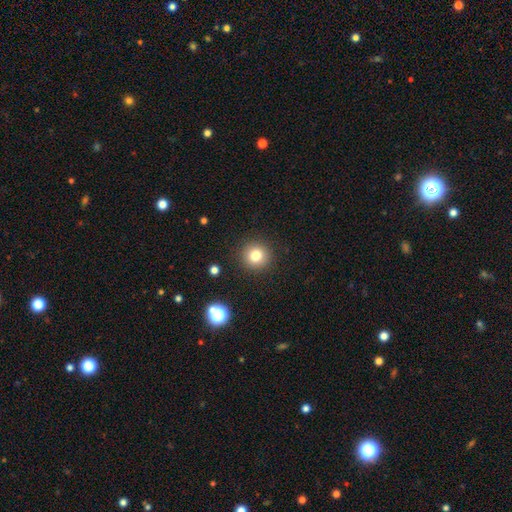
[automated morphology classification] Smooth or featured? smooth (79%)
How rounded? round (94%)
Merging? none (90%)